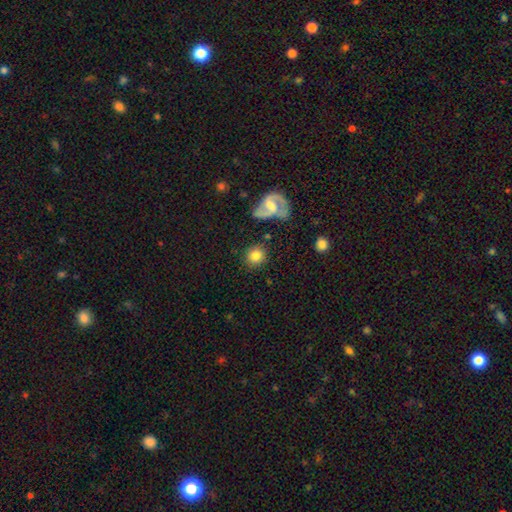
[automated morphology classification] Q: Smooth or featured?
A: smooth (77%); runner-up: featured or disk (14%)
Q: How rounded?
A: round (87%); runner-up: in between (12%)
Q: Merging?
A: none (81%); runner-up: minor disturbance (10%)